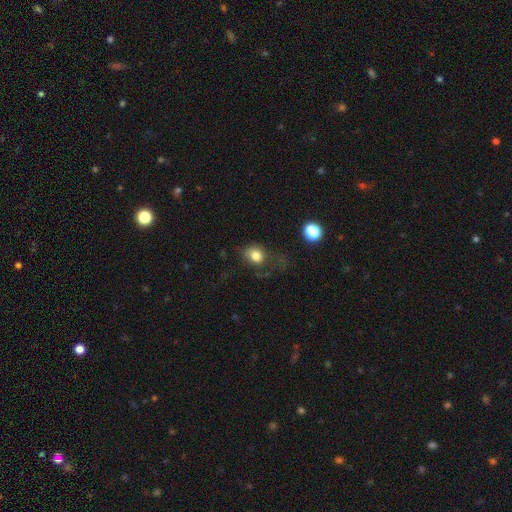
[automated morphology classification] Q: Smooth or featured?
A: smooth (79%); runner-up: star or artifact (11%)
Q: How rounded?
A: round (64%); runner-up: in between (35%)
Q: Merging?
A: none (45%); runner-up: major disturbance (30%)